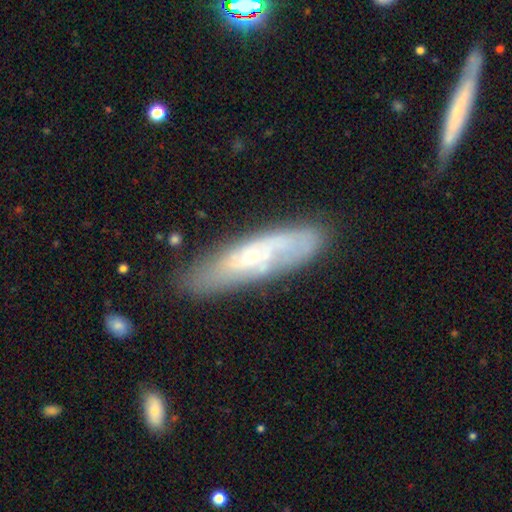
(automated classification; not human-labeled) Smooth or featured? featured or disk (60%)
Edge-on disk? no (70%)
Merging? none (74%)